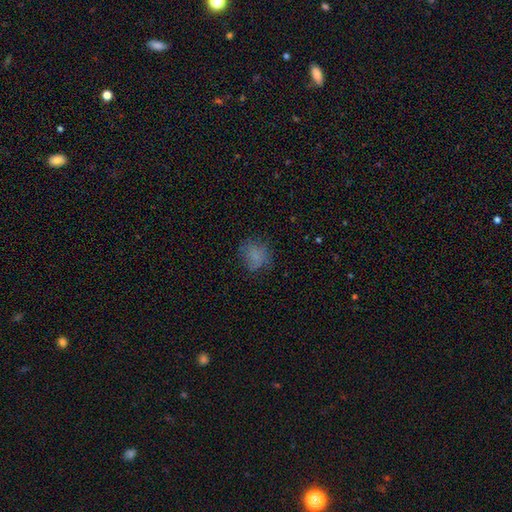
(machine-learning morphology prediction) This is likely a smooth galaxy (71%). How rounded: likely round (66%). Merging: likely none (65%).